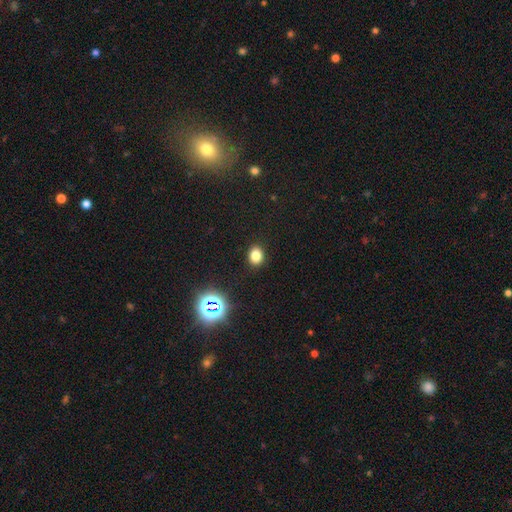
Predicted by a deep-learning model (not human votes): This appears to be a smooth galaxy with no disk features (79%) that is in between round and cigar-shaped (54%). Merging: none (89%).